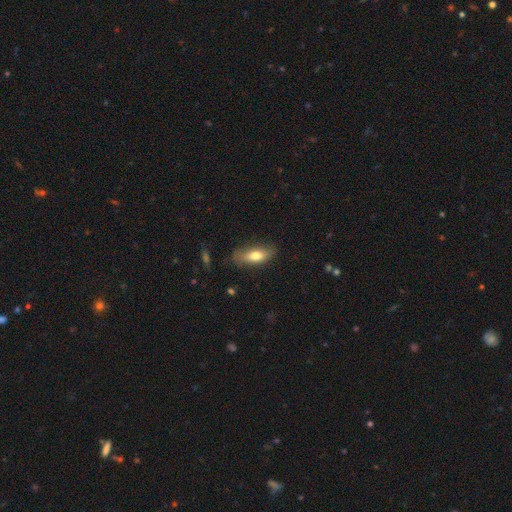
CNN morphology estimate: Smooth or featured?
  - smooth: 71% *
  - featured or disk: 22%
  - star or artifact: 7%
How rounded?
  - in between: 69% *
  - cigar-shaped: 27%
  - round: 3%
Merging?
  - none: 75% *
  - minor disturbance: 19%
  - major disturbance: 5%
  - merger: 2%